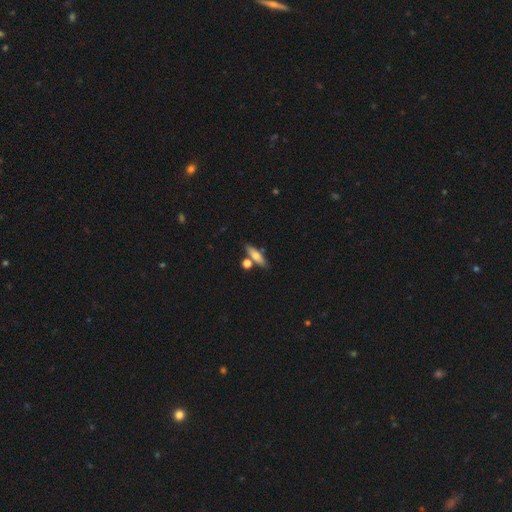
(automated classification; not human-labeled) smooth-or-featured: smooth: 58% | featured or disk: 35% | star or artifact: 8%
  how-rounded: cigar-shaped: 61% | in between: 34% | round: 5%
  merging: none: 71% | merger: 15% | minor disturbance: 11% | major disturbance: 3%